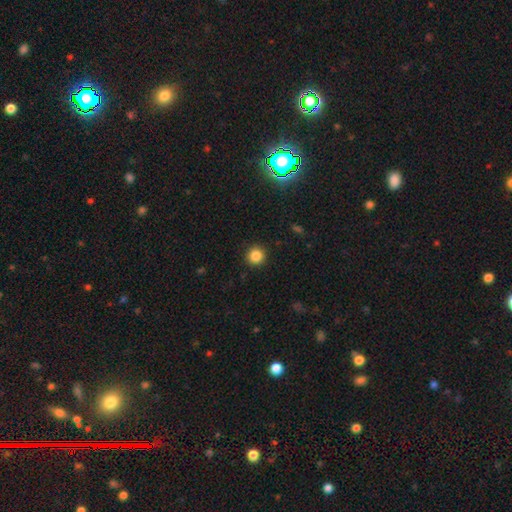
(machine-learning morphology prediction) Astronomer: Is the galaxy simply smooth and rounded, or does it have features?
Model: smooth — 85%.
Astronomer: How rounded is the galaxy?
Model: round — 95%.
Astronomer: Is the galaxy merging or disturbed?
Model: none — 92%.